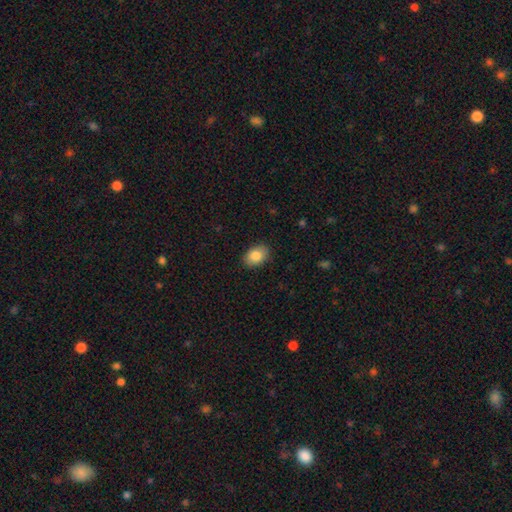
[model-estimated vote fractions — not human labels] Smooth or featured? smooth (86%)
How rounded? in between (82%)
Merging? none (88%)